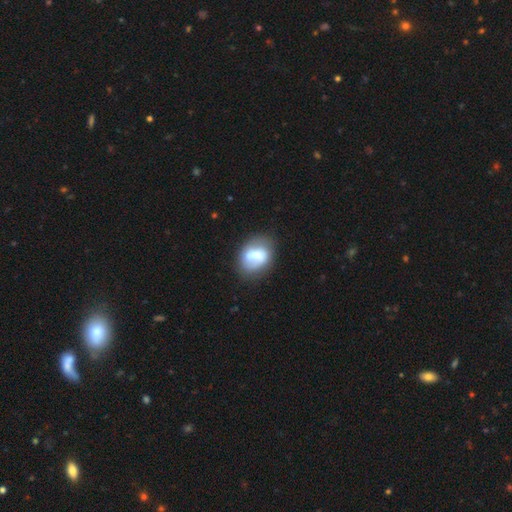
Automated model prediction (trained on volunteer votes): smooth 53%, featured or disk 39%, star or artifact 8%. Down the decision tree: how rounded — in between (64%); merging — none (63%).